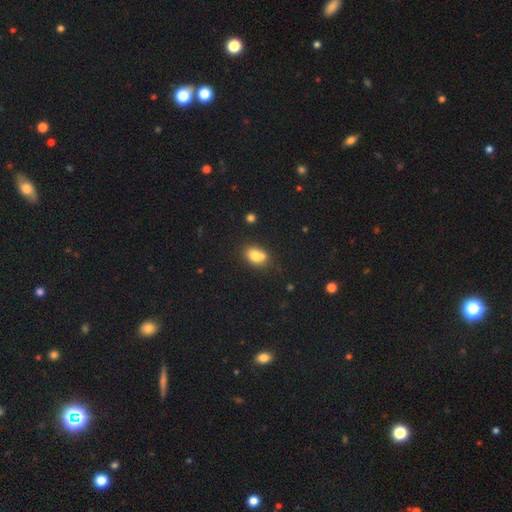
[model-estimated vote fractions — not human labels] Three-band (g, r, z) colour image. It shows a smooth galaxy with no disk features (76%) that is in between round and cigar-shaped (71%). Merging: none (48%).